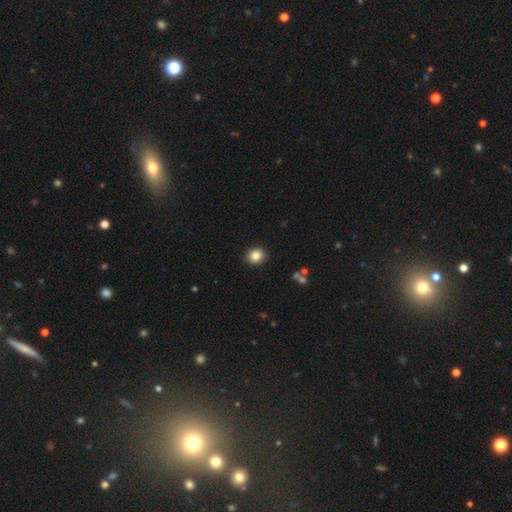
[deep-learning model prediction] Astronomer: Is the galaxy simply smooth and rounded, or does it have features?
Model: smooth — 85%.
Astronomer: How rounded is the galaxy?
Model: round — 80%.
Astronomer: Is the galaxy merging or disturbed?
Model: none — 91%.